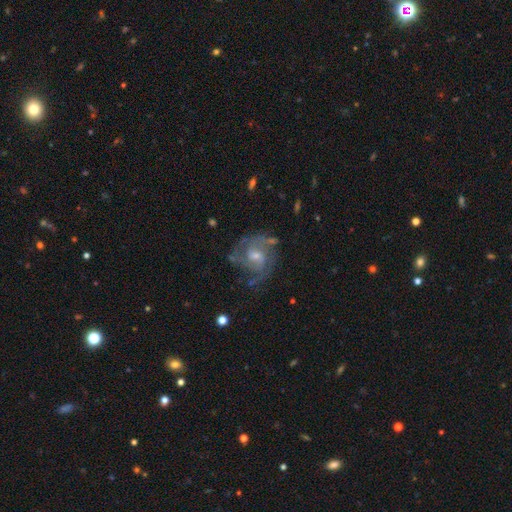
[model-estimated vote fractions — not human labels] smooth-or-featured: featured or disk: 81% | smooth: 11% | star or artifact: 8%
  disk-edge-on: no: 98% | yes: 2%
    bar: no: 54% | weak: 39% | strong: 7%
    has-spiral-arms: yes: 91% | no: 9%
      spiral-winding: medium: 45% | tight: 42% | loose: 13%
      spiral-arm-count: 2: 36% | can't tell: 25% | 3: 24% | 4: 6% | 1: 5% | more than 4: 4%
    bulge-size: moderate: 49% | small: 44% | none: 3% | large: 3% | dominant: 1%
  merging: none: 64% | minor disturbance: 20% | major disturbance: 13% | merger: 3%